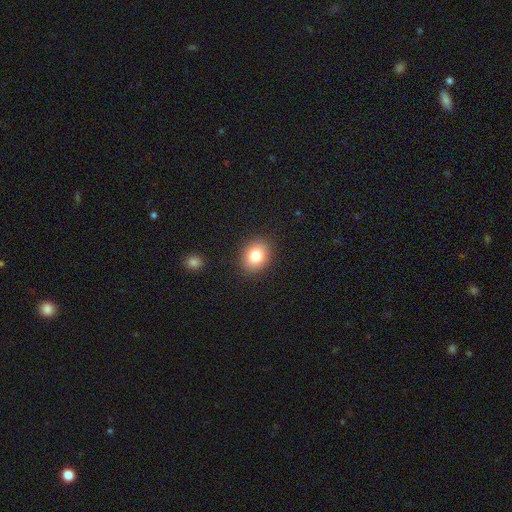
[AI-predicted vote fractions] smooth_or_featured: smooth (p=0.81) [alt: star or artifact p=0.09]
how_rounded: in between (p=0.51) [alt: round p=0.48]
merging: none (p=0.88) [alt: minor disturbance p=0.08]